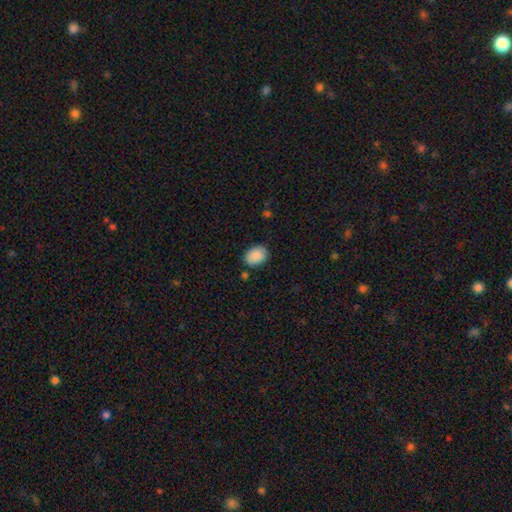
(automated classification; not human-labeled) Smooth or featured?
  - smooth: 89% *
  - star or artifact: 7%
  - featured or disk: 4%
How rounded?
  - in between: 72% *
  - round: 27%
  - cigar-shaped: 1%
Merging?
  - none: 80% *
  - minor disturbance: 14%
  - merger: 3%
  - major disturbance: 3%